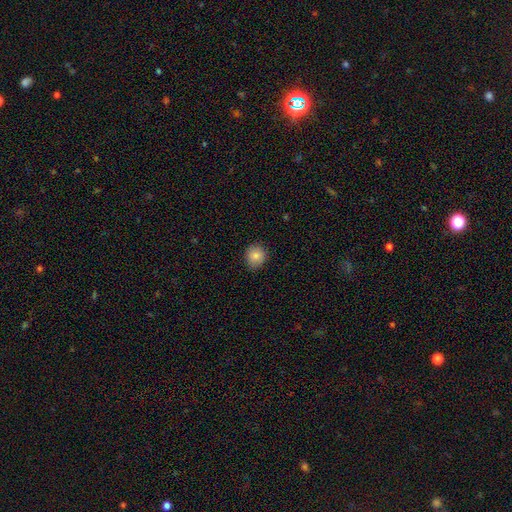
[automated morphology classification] Q: Smooth or featured?
A: smooth (84%); runner-up: star or artifact (9%)
Q: How rounded?
A: round (82%); runner-up: in between (17%)
Q: Merging?
A: none (85%); runner-up: minor disturbance (11%)